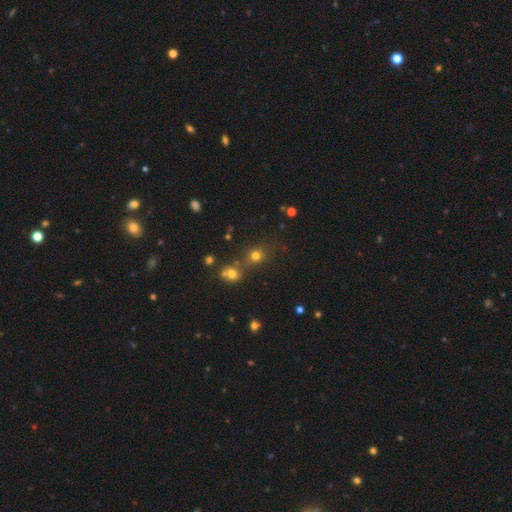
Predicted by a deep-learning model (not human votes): Smooth or featured? smooth (70%)
How rounded? round (84%)
Merging? none (64%)